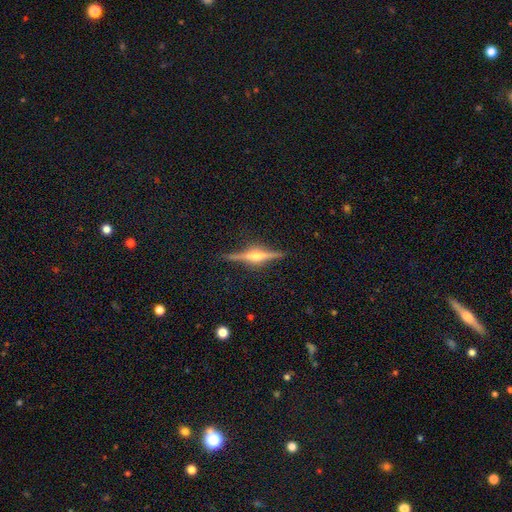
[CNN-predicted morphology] A featured or disk galaxy (83%) viewed edge-on (98%) with a rounded central bulge (91%).

Vote fractions:
- Smooth or featured? featured or disk: 83% / smooth: 11% / star or artifact: 6%
- Edge-on disk? yes: 98% / no: 2%
- Edge-on bulge? rounded: 91% / boxy: 6% / none: 3%
- Merging? none: 89% / minor disturbance: 8% / major disturbance: 2% / merger: 1%